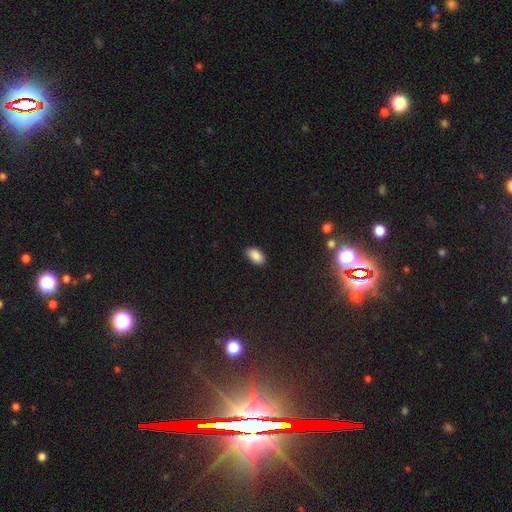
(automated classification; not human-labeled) Smooth or featured? smooth (88%)
How rounded? in between (93%)
Merging? none (85%)